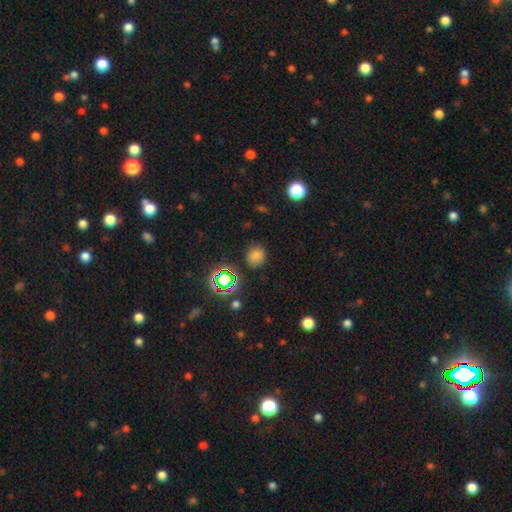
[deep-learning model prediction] smooth_or_featured: smooth (p=0.73) [alt: star or artifact p=0.21]
how_rounded: round (p=0.80) [alt: in between p=0.19]
merging: none (p=0.82) [alt: minor disturbance p=0.12]